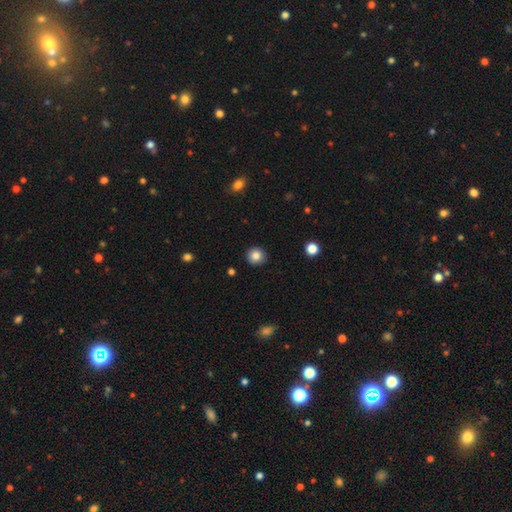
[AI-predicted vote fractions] The model was most divided on "smooth or featured": smooth: 84%, star or artifact: 10%, featured or disk: 6%. More confident: how rounded — round (91%); merging — none (91%).